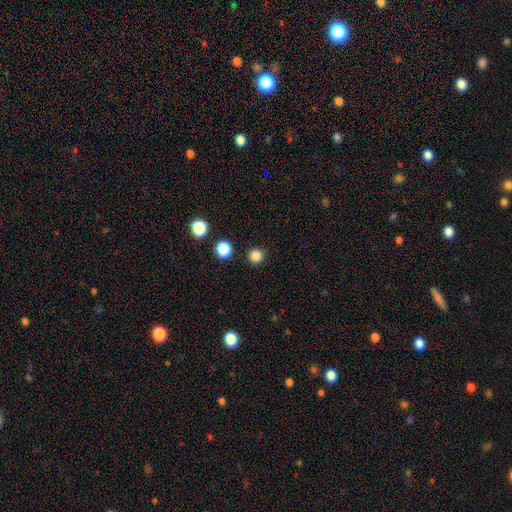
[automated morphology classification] Smooth or featured?
  - smooth: 85% *
  - star or artifact: 13%
  - featured or disk: 3%
How rounded?
  - round: 94% *
  - in between: 5%
  - cigar-shaped: 1%
Merging?
  - none: 90% *
  - minor disturbance: 6%
  - major disturbance: 2%
  - merger: 2%